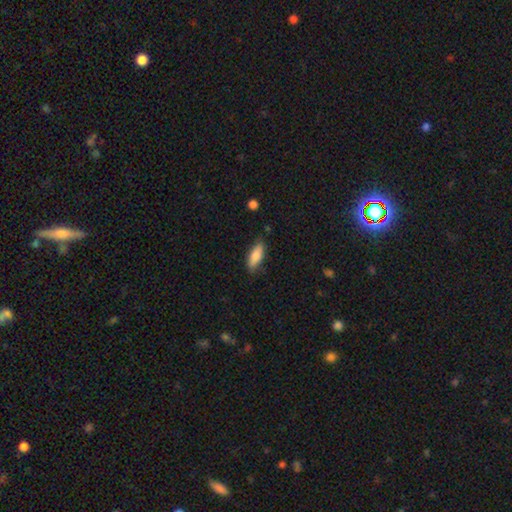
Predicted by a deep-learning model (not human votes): smooth 81%, featured or disk 12%, star or artifact 6%. Down the decision tree: how rounded — in between (70%); merging — none (79%).